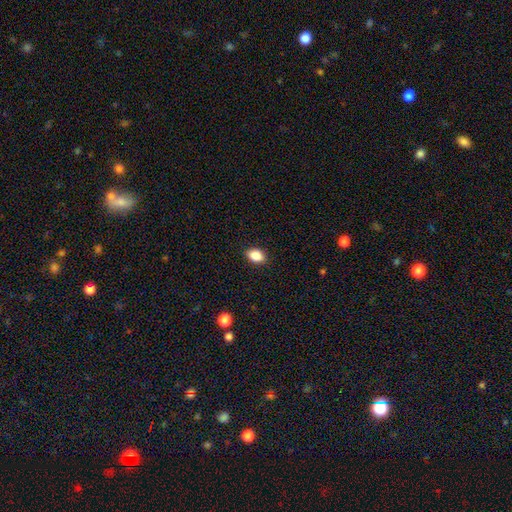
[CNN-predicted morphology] Smooth or featured?
  - smooth: 87% *
  - star or artifact: 9%
  - featured or disk: 5%
How rounded?
  - in between: 82% *
  - round: 16%
  - cigar-shaped: 1%
Merging?
  - none: 89% *
  - minor disturbance: 9%
  - major disturbance: 2%
  - merger: 1%